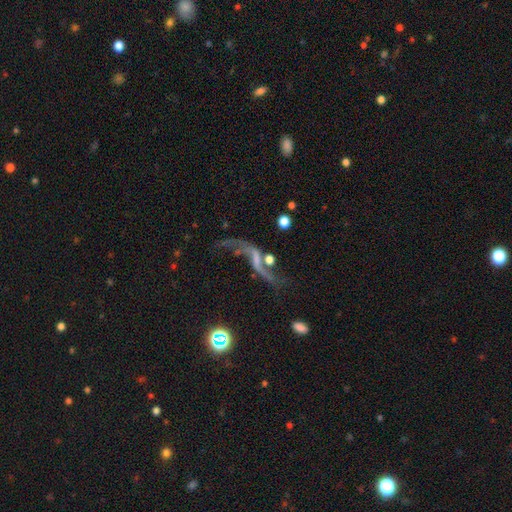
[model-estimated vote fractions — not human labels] Smooth or featured? featured or disk (77%)
Edge-on disk? no (89%)
Bar? weak (37%, tied with no)
Spiral arms? yes (85%)
Spiral winding? loose (94%)
Spiral arm count? 2 (88%)
Bulge size? none (47%)
Merging? none (45%)